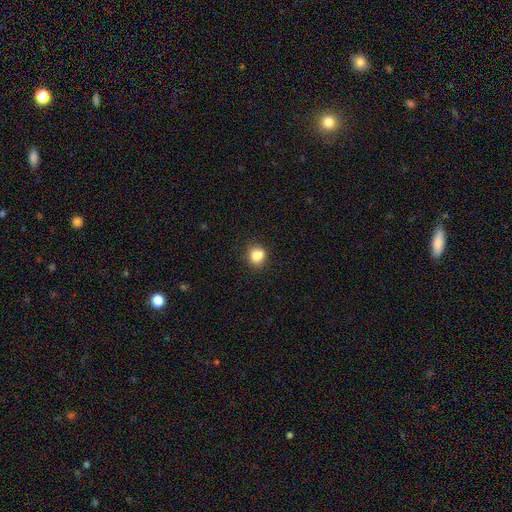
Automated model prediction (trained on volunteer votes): Smooth or featured? smooth (79%)
How rounded? round (73%)
Merging? none (59%)